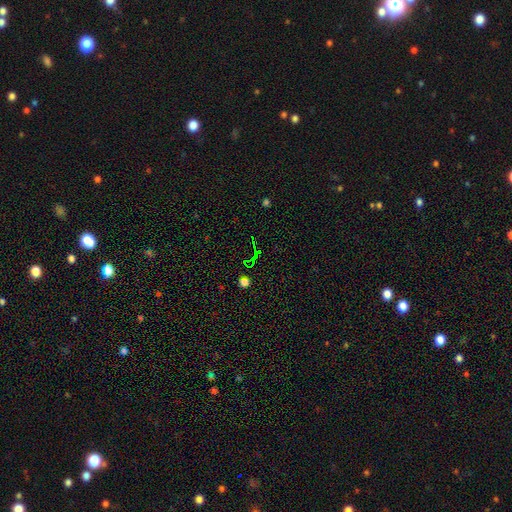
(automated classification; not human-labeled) smooth-or-featured: star or artifact: 73% | smooth: 16% | featured or disk: 10%